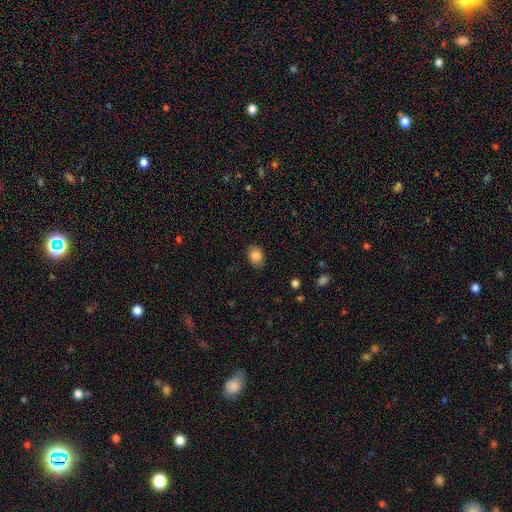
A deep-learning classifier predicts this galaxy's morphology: Q: Smooth or featured?
A: smooth (84%); runner-up: star or artifact (9%)
Q: How rounded?
A: in between (66%); runner-up: round (33%)
Q: Merging?
A: none (83%); runner-up: minor disturbance (13%)